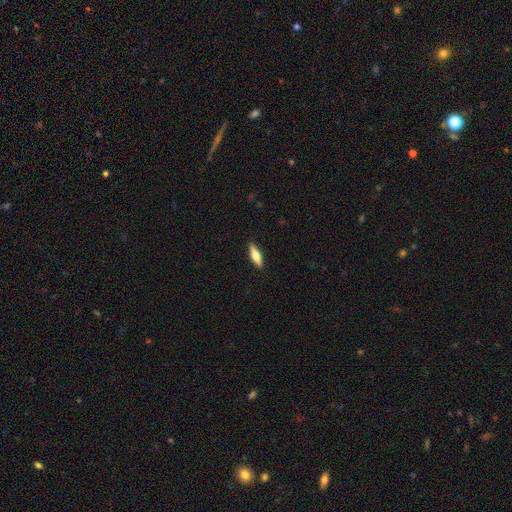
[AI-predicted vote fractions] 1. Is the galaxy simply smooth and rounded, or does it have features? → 54% smooth, 40% featured or disk, 6% star or artifact.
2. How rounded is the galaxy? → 55% cigar-shaped, 43% in between, 2% round.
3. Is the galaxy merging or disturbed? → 90% none, 7% minor disturbance, 2% major disturbance, 1% merger.